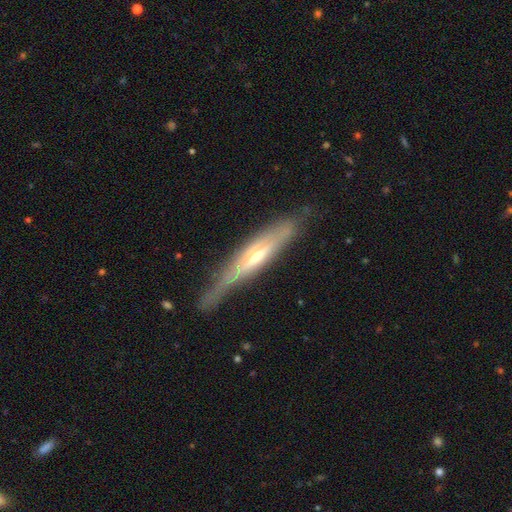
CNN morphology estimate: A featured or disk galaxy (74%) viewed edge-on (91%) with a rounded central bulge (70%). Merging: none (71%).